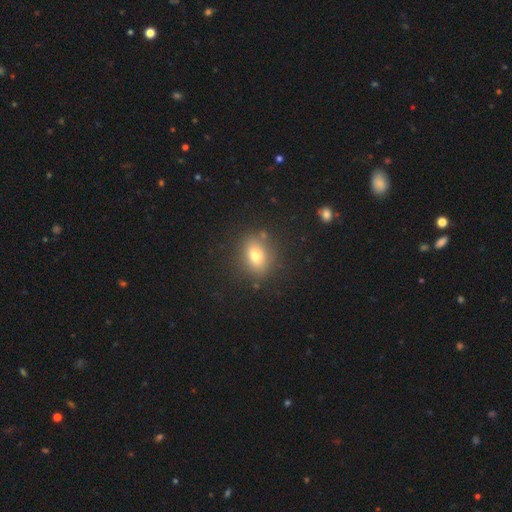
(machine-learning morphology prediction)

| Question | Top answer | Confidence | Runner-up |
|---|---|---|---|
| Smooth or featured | smooth | 74% | featured or disk (13%) |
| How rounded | in between | 65% | round (32%) |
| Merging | none | 82% | minor disturbance (11%) |